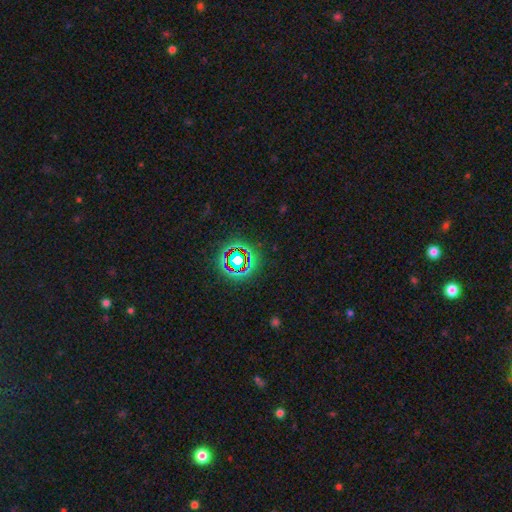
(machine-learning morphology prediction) Smooth or featured: star or artifact — 60% (smooth — 21%)